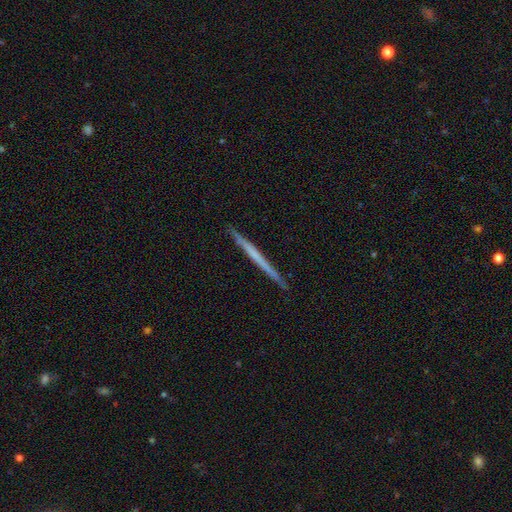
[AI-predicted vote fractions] Smooth or featured: featured or disk — 52% (smooth — 42%)
Edge-on disk: yes — 98% (no — 2%)
Edge-on bulge: none — 91% (rounded — 6%)
Merging: none — 92% (minor disturbance — 6%)